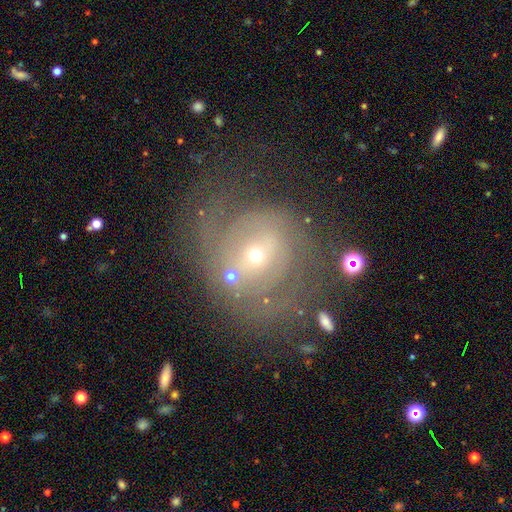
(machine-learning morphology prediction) The model was most divided on "spiral winding": tight: 54%, medium: 33%, loose: 14%. More confident: edge-on disk — no (96%); spiral arms — yes (79%); smooth or featured — featured or disk (74%); bulge size — small (69%); merging — none (63%); bar — no (57%); spiral arm count — 2 (55%).